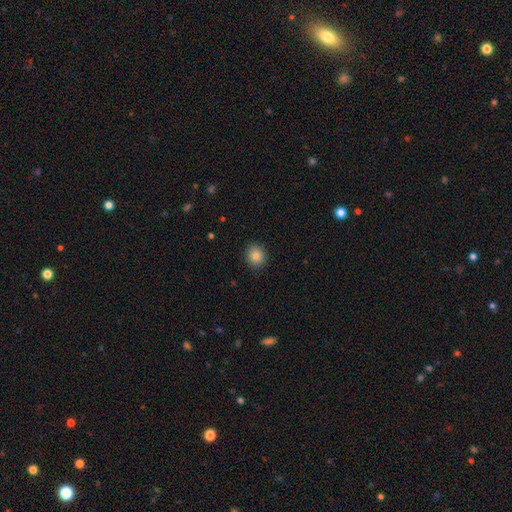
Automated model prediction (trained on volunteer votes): This appears to be a smooth galaxy with no disk features (83%) that is round (79%). Merging: none (90%).